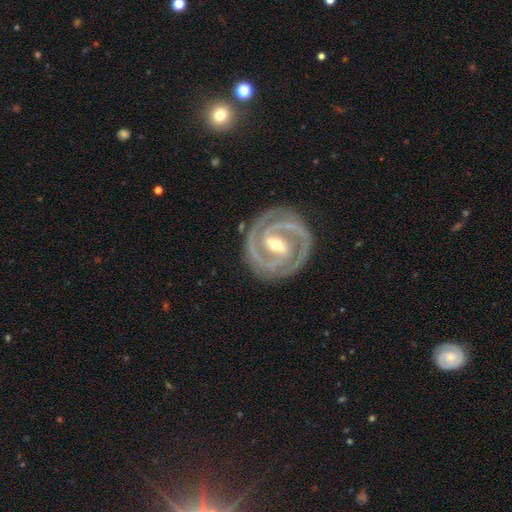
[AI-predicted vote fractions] A featured or disk galaxy (94%) with a strong bar (56%), 2 (89%) tight (74%) spiral arms (99%) and a moderate central bulge (57%). Merging: none (86%).